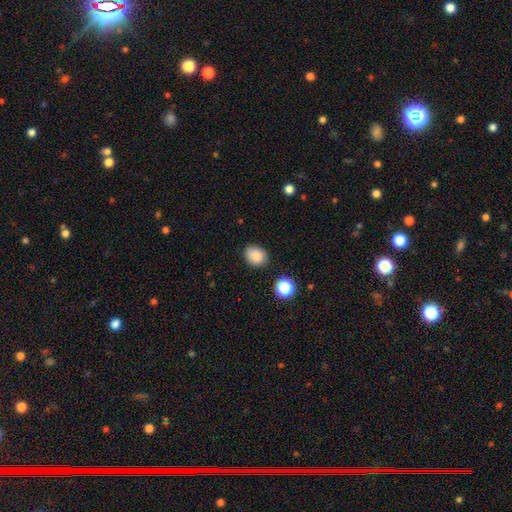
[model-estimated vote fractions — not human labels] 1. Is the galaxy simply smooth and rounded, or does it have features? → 86% smooth, 10% star or artifact, 4% featured or disk.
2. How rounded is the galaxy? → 54% in between, 46% round, 1% cigar-shaped.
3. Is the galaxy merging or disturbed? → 82% none, 13% minor disturbance, 3% major disturbance, 2% merger.